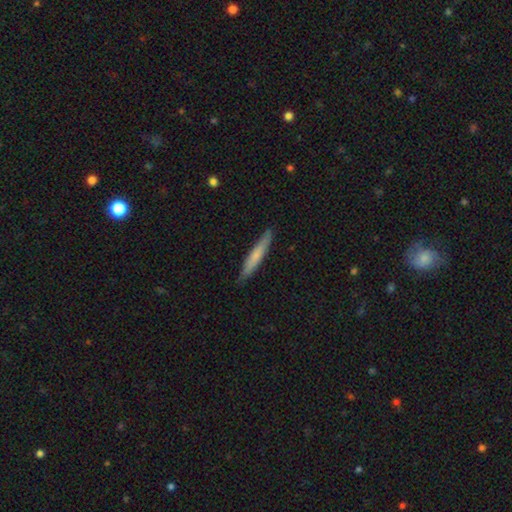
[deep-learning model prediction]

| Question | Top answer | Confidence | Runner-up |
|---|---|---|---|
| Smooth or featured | smooth | 64% | featured or disk (30%) |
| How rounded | cigar-shaped | 95% | in between (4%) |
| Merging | none | 89% | minor disturbance (9%) |